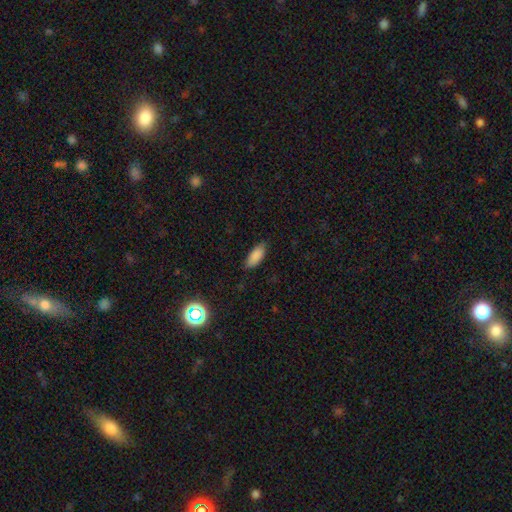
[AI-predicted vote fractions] Smooth or featured? smooth (87%)
How rounded? in between (83%)
Merging? none (83%)